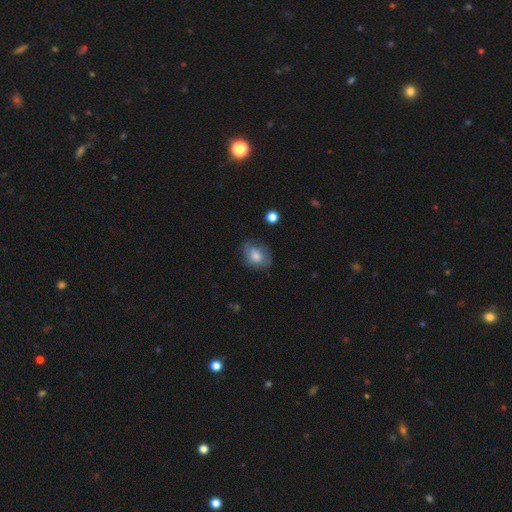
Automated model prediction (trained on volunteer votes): smooth-or-featured: smooth: 71% | featured or disk: 21% | star or artifact: 8%
  how-rounded: in between: 67% | round: 31% | cigar-shaped: 1%
  merging: none: 61% | minor disturbance: 28% | major disturbance: 9% | merger: 2%